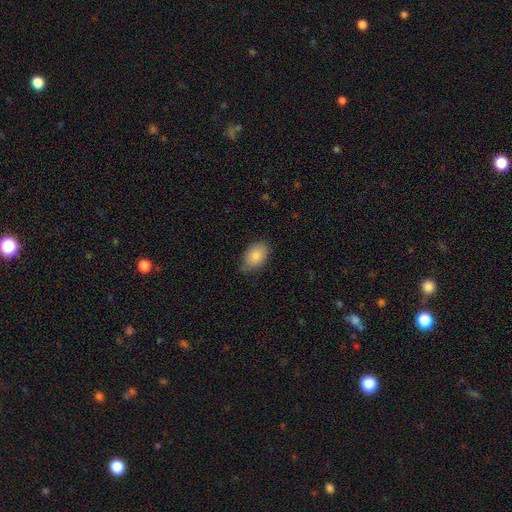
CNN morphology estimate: A smooth galaxy with no disk features (86%) that is in between round and cigar-shaped (88%).

Vote fractions:
- Smooth or featured? smooth: 86% / featured or disk: 7% / star or artifact: 7%
- How rounded? in between: 88% / round: 10% / cigar-shaped: 1%
- Merging? none: 75% / minor disturbance: 20% / major disturbance: 3% / merger: 1%